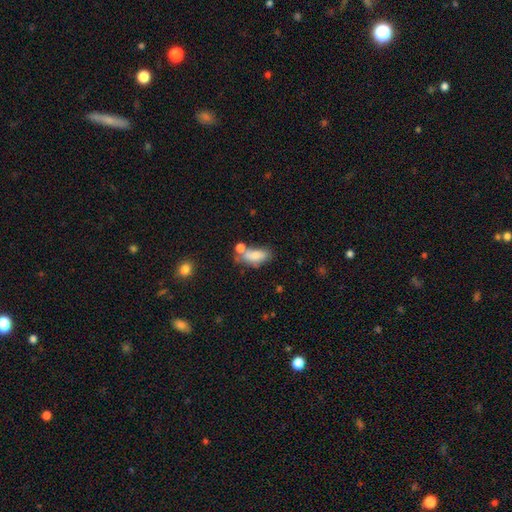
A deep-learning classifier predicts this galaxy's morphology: This is likely a smooth galaxy (77%). How rounded: clearly in between (87%). Merging: marginally none (43%).